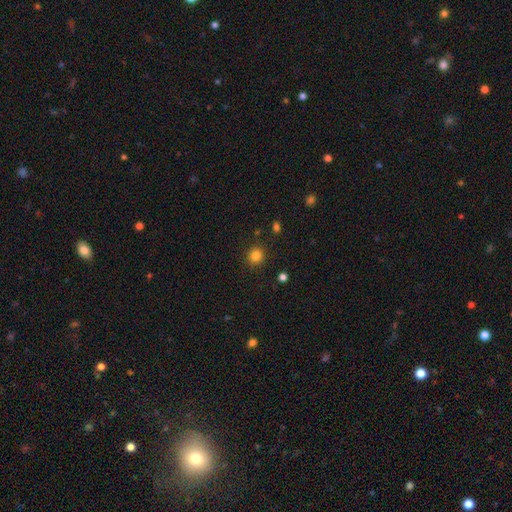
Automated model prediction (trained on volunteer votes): This is clearly a smooth galaxy (84%). How rounded: clearly round (90%). Merging: clearly none (89%).